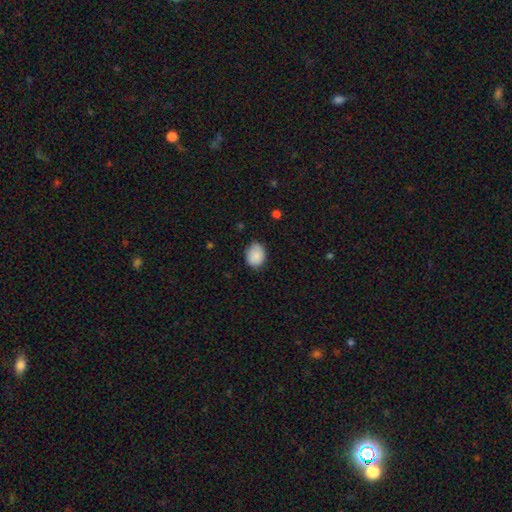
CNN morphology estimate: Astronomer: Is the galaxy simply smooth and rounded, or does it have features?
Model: smooth — 88%.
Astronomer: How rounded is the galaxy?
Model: in between — 51% (runner-up: round, 48%).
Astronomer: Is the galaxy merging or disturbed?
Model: none — 75%.